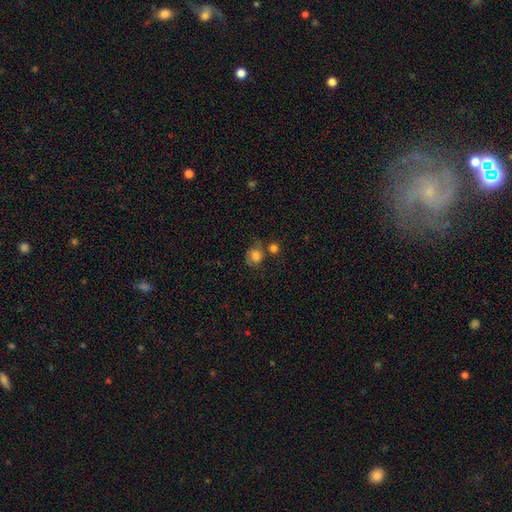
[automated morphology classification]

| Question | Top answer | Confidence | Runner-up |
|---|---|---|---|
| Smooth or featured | smooth | 74% | featured or disk (16%) |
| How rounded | round | 68% | in between (31%) |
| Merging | none | 48% | minor disturbance (22%) |